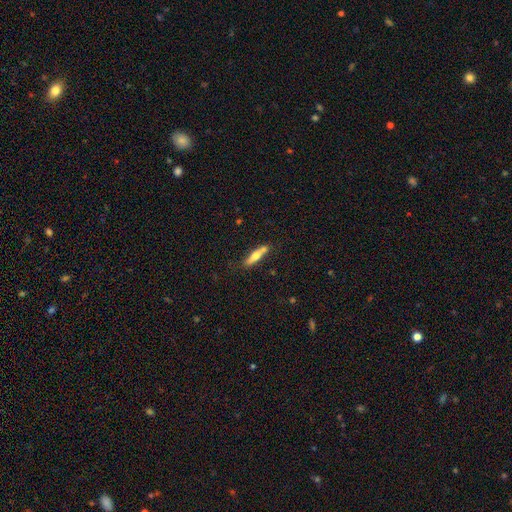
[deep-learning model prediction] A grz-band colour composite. It shows a smooth galaxy with no disk features (53%) that is cigar-shaped (76%). Merging: none (71%).